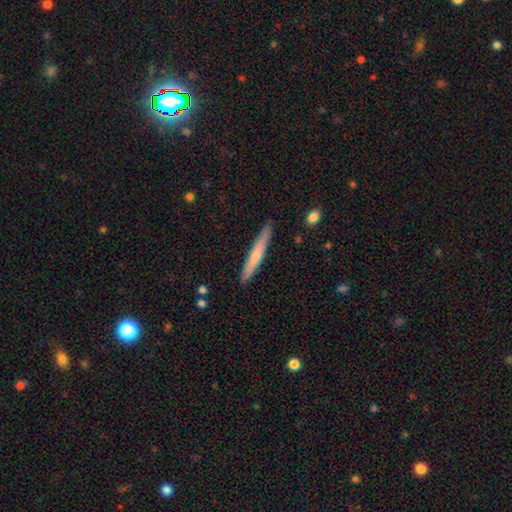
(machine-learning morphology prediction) Smooth or featured: smooth — 57% (featured or disk — 38%)
How rounded: cigar-shaped — 95% (in between — 3%)
Merging: none — 89% (minor disturbance — 9%)